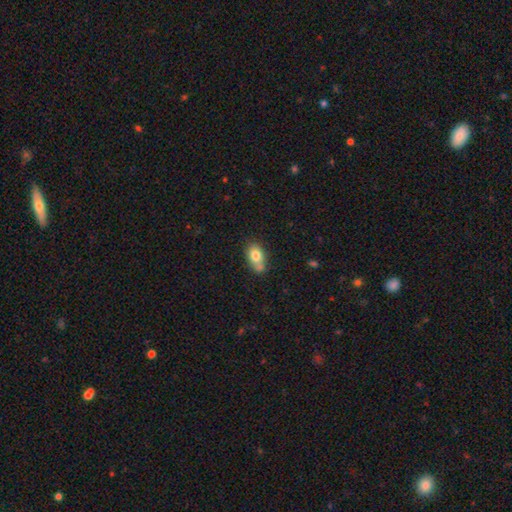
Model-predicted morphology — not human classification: The model was most divided on "merging": none: 50%, merger: 23%, minor disturbance: 22%, major disturbance: 6%. More confident: how rounded — in between (82%); smooth or featured — smooth (77%).